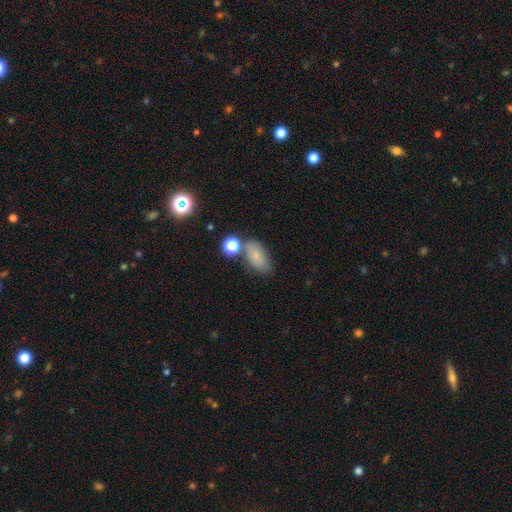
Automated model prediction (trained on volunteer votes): Morphology: type=smooth (74%); roundness=in between (87%); merging=none (56%).